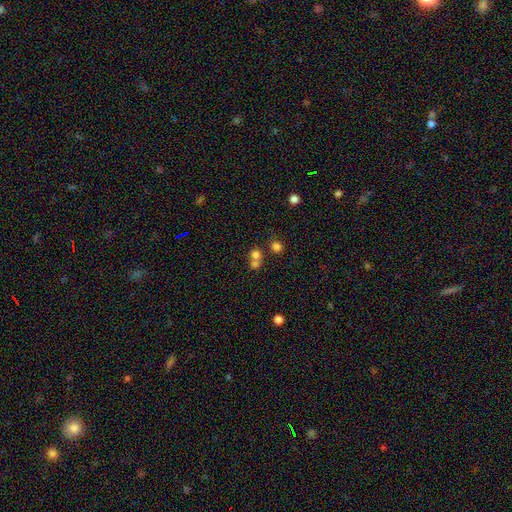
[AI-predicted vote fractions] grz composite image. It shows a smooth galaxy with no disk features (73%) that is round (82%). Merging: merger (52%).